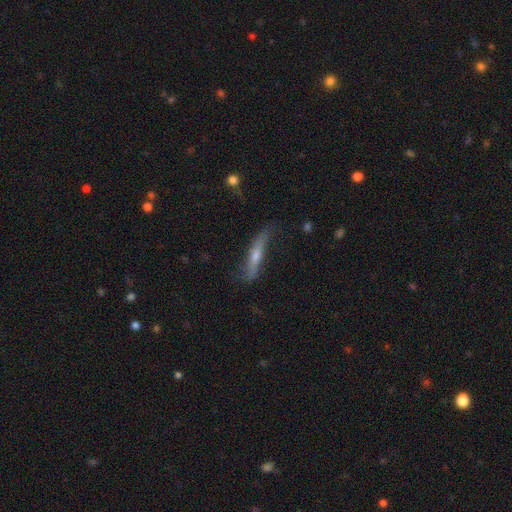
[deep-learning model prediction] featured or disk 60%, smooth 32%, star or artifact 8%. Down the decision tree: edge-on disk — yes (74%); merging — none (64%).